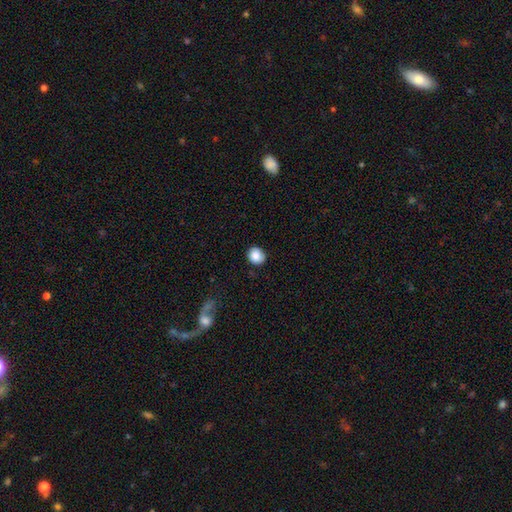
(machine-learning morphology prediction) Smooth or featured: smooth — 88% (star or artifact — 8%)
How rounded: round — 82% (in between — 17%)
Merging: none — 86% (minor disturbance — 11%)